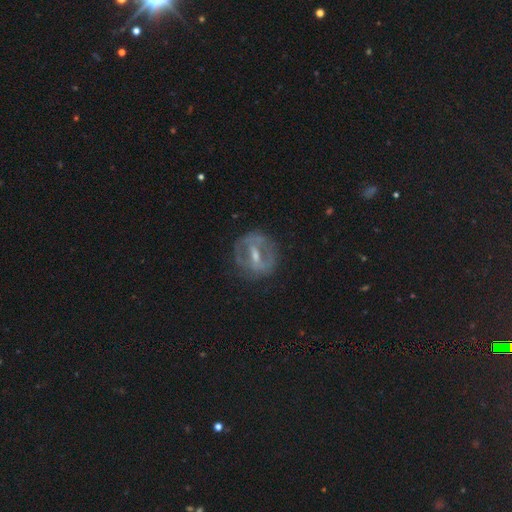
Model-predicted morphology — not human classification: A featured or disk galaxy (70%) with a strong bar (47%), no spiral arms (57%) and a moderate central bulge (47%).

Vote fractions:
- Smooth or featured? featured or disk: 70% / smooth: 21% / star or artifact: 9%
- Edge-on disk? no: 91% / yes: 9%
- Bar? strong: 47% / weak: 37% / no: 16%
- Spiral arms? no: 57% / yes: 43%
- Bulge size? moderate: 47% / small: 41% / none: 7% / large: 3% / dominant: 1%
- Merging? none: 72% / minor disturbance: 16% / major disturbance: 10% / merger: 2%